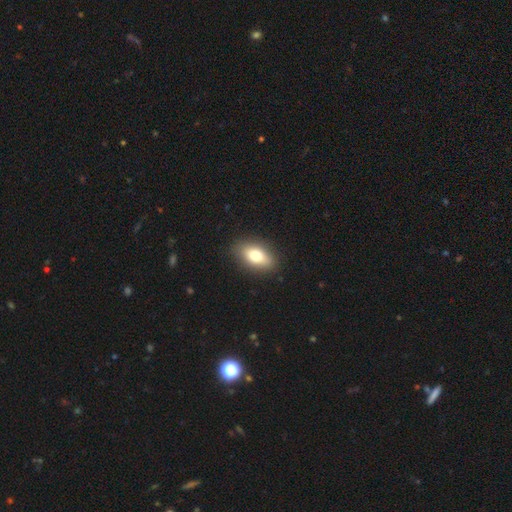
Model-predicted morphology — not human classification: The model was most divided on "smooth or featured": smooth: 76%, featured or disk: 16%, star or artifact: 8%. More confident: merging — none (88%); how rounded — in between (87%).